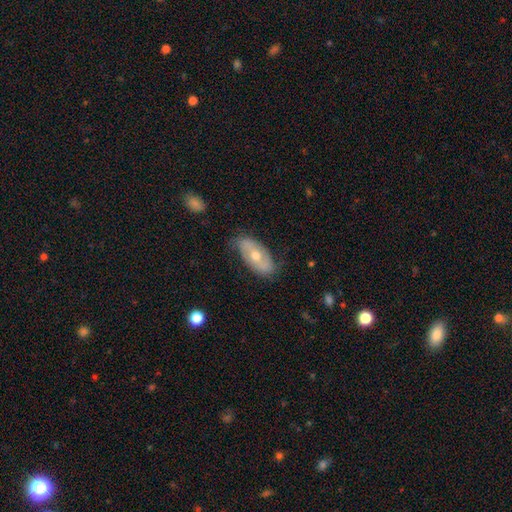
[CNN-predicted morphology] Smooth or featured?
  - featured or disk: 56% *
  - smooth: 37%
  - star or artifact: 7%
Edge-on disk?
  - no: 87% *
  - yes: 13%
Merging?
  - none: 72% *
  - minor disturbance: 22%
  - major disturbance: 5%
  - merger: 1%